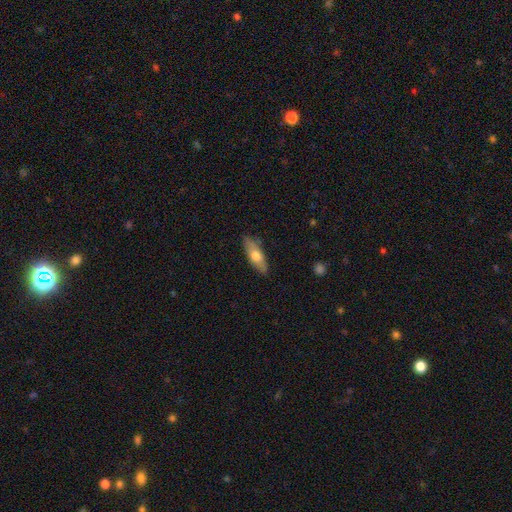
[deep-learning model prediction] Smooth or featured: smooth — 62% (featured or disk — 32%)
How rounded: in between — 58% (cigar-shaped — 40%)
Merging: none — 84% (minor disturbance — 12%)